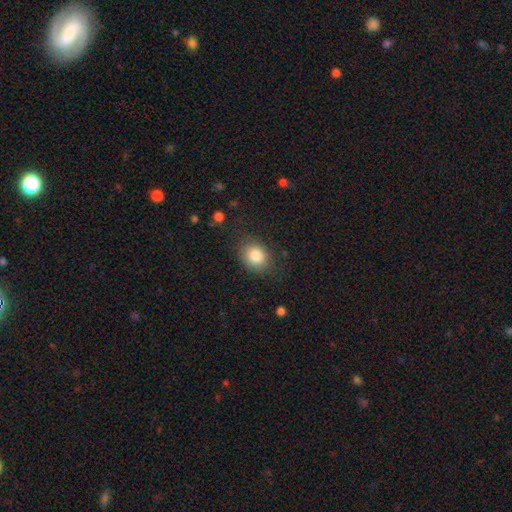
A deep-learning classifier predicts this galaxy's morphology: A smooth galaxy with no disk features (83%) that is in between round and cigar-shaped (50%). Merging: none (79%).